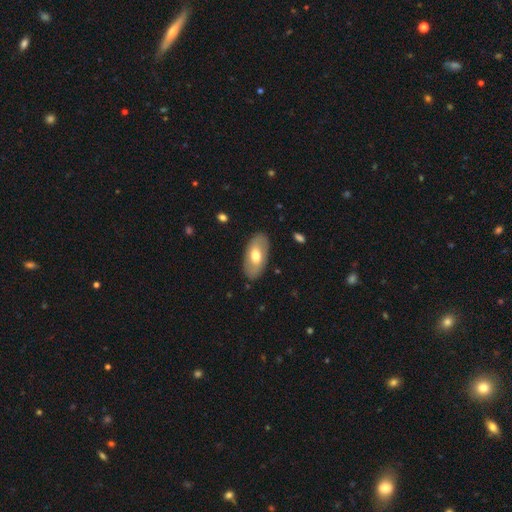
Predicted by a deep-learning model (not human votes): Morphology: type=smooth (58%); roundness=in between (93%); merging=none (86%).